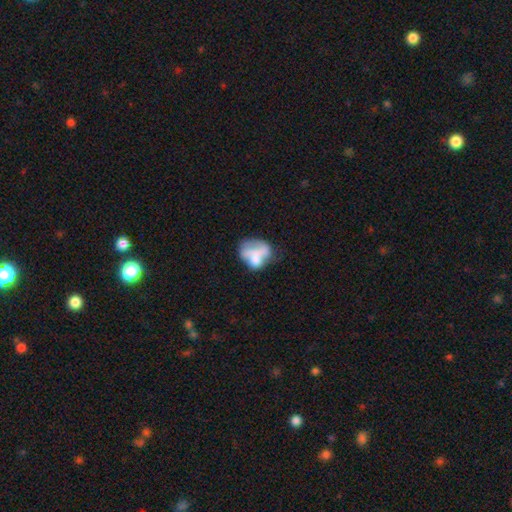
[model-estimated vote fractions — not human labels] smooth_or_featured: smooth (p=0.49) [alt: featured or disk p=0.41]
merging: major disturbance (p=0.30) [alt: merger p=0.27]